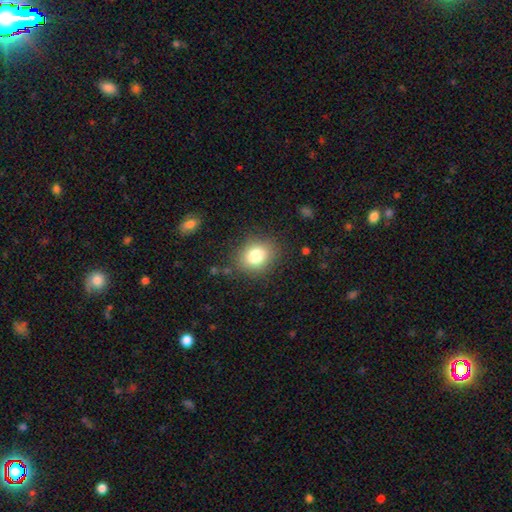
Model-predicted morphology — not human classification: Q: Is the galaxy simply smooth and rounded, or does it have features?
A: smooth — 80%.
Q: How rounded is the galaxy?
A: round — 61%.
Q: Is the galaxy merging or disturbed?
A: none — 84%.